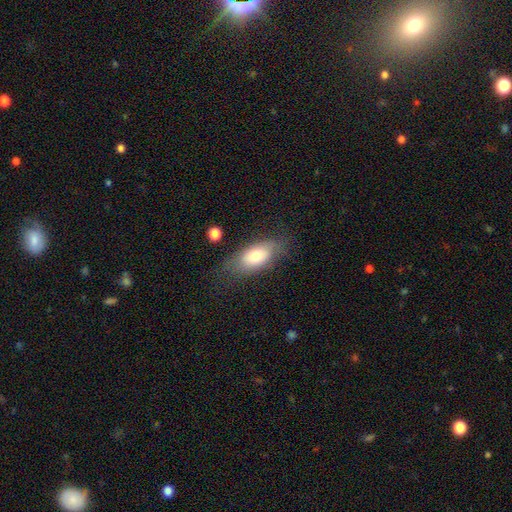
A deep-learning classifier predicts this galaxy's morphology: Q: Smooth or featured?
A: smooth (72%); runner-up: featured or disk (20%)
Q: How rounded?
A: in between (87%); runner-up: cigar-shaped (9%)
Q: Merging?
A: none (67%); runner-up: minor disturbance (22%)